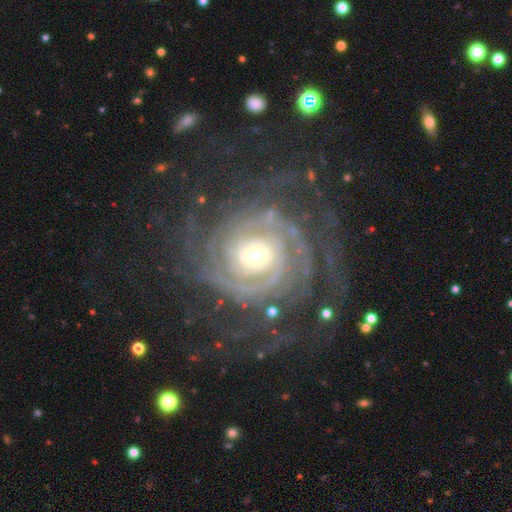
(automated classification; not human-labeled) Smooth or featured? Predicted: featured or disk (p=0.92). Edge-on disk? Predicted: no (p=0.98). Bar? Predicted: no (p=0.48). Spiral arms? Predicted: yes (p=0.98). Spiral winding? Predicted: tight (p=0.82). Spiral arm count? Predicted: can't tell (p=0.22). Bulge size? Predicted: moderate (p=0.48). Merging? Predicted: none (p=0.72).